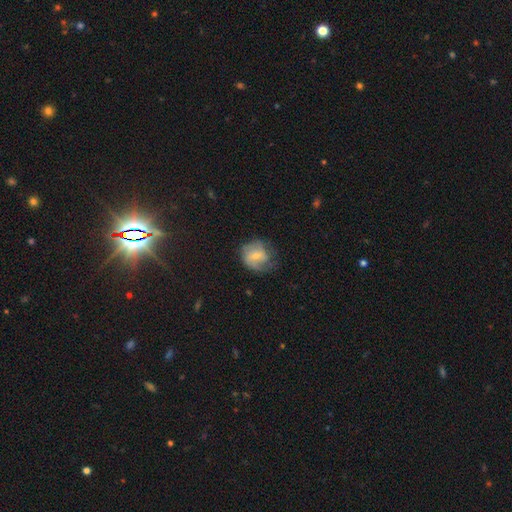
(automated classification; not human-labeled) A smooth galaxy with no disk features (48%). Merging: none (54%).